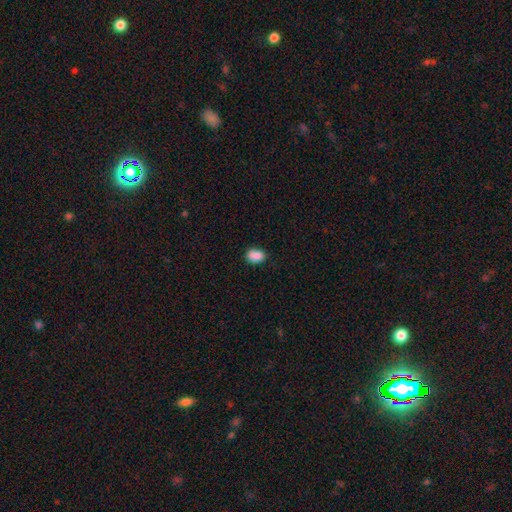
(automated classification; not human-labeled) This appears to be a smooth galaxy with no disk features (87%) that is in between round and cigar-shaped (75%). Merging: none (76%).